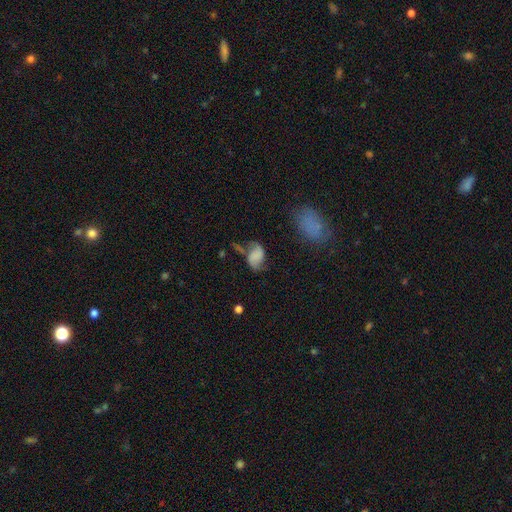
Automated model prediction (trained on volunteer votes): smooth-or-featured: featured or disk: 47% | smooth: 43% | star or artifact: 11%
  merging: none: 41% | minor disturbance: 27% | major disturbance: 21% | merger: 11%